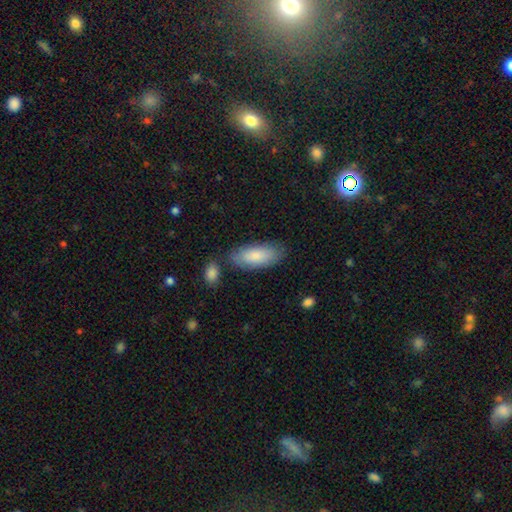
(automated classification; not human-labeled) Overall: smooth (84%). How rounded: in between (84%). Merging: none (76%).